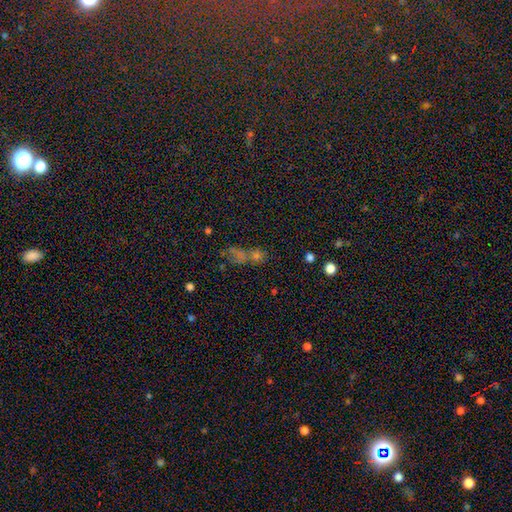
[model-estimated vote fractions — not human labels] Smooth or featured: smooth — 43% (star or artifact — 42%)
Merging: none — 43% (merger — 35%)